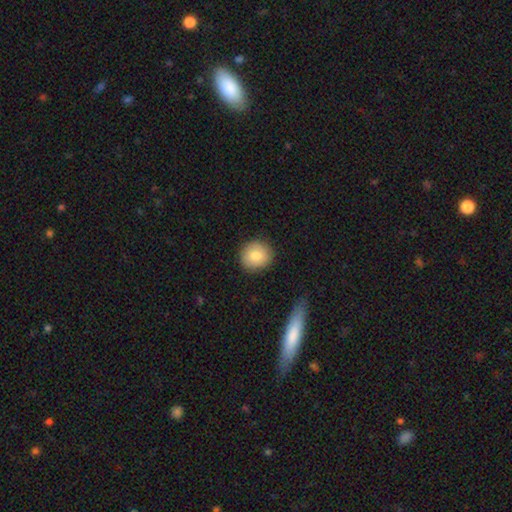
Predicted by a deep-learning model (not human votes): Smooth or featured? smooth (80%)
How rounded? round (88%)
Merging? none (87%)